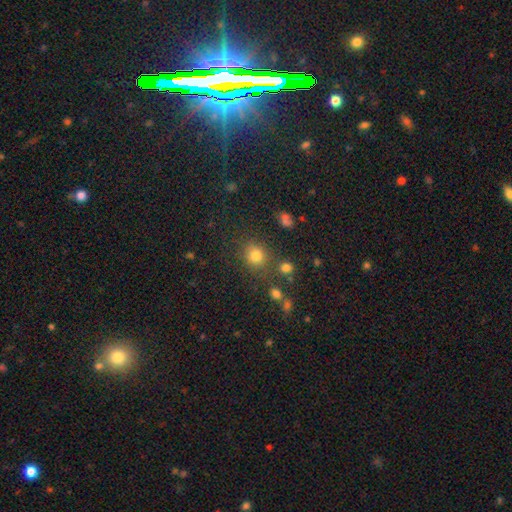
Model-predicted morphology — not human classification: Smooth or featured? Predicted: smooth (p=0.78). How rounded? Predicted: round (p=0.79). Merging? Predicted: none (p=0.76).